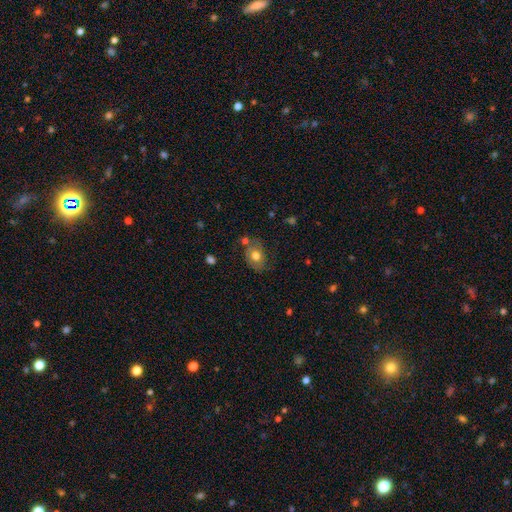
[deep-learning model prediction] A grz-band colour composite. It shows a smooth galaxy with no disk features (67%) that is in between round and cigar-shaped (66%). Merging: none (66%).